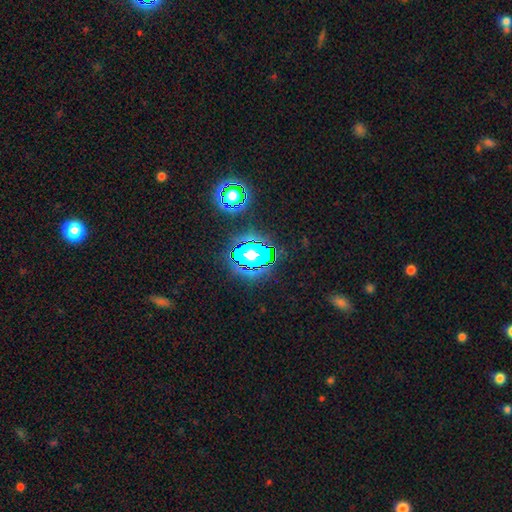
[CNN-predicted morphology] The model was most divided on "smooth or featured": star or artifact: 78%, smooth: 14%, featured or disk: 8%.